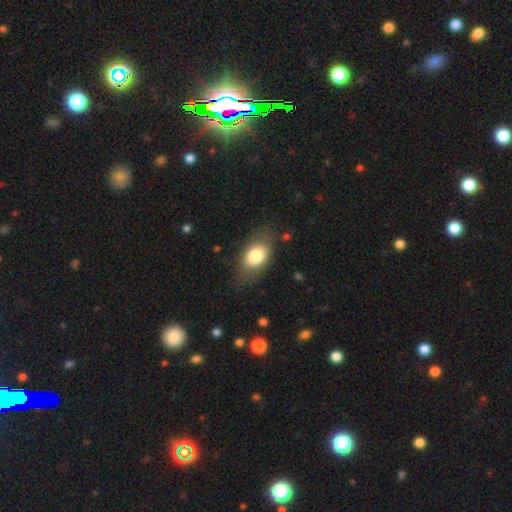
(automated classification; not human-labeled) Smooth or featured? smooth (77%)
How rounded? in between (86%)
Merging? none (74%)